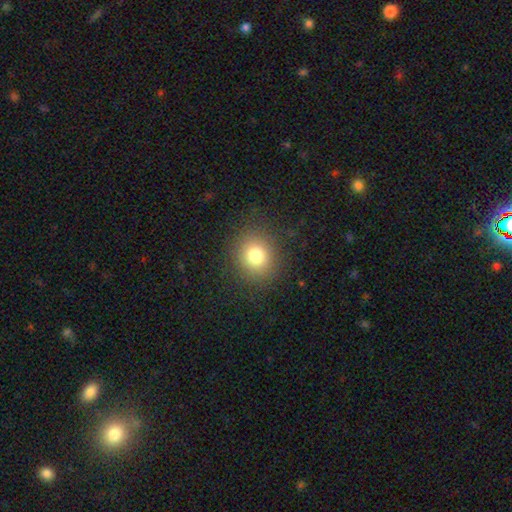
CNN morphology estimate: A smooth galaxy with no disk features (79%) that is round (80%).

Vote fractions:
- Smooth or featured? smooth: 79% / star or artifact: 13% / featured or disk: 8%
- How rounded? round: 80% / in between: 19% / cigar-shaped: 1%
- Merging? none: 87% / minor disturbance: 8% / major disturbance: 4% / merger: 1%